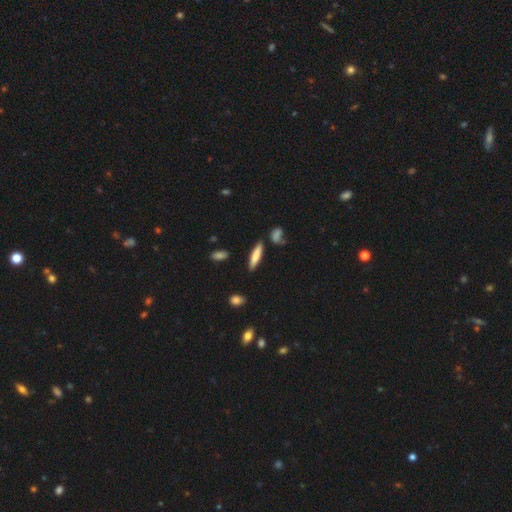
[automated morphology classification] A smooth galaxy with no disk features (74%) that is cigar-shaped (81%).

Vote fractions:
- Smooth or featured? smooth: 74% / featured or disk: 19% / star or artifact: 7%
- How rounded? cigar-shaped: 81% / in between: 17% / round: 2%
- Merging? none: 81% / minor disturbance: 12% / merger: 4% / major disturbance: 3%